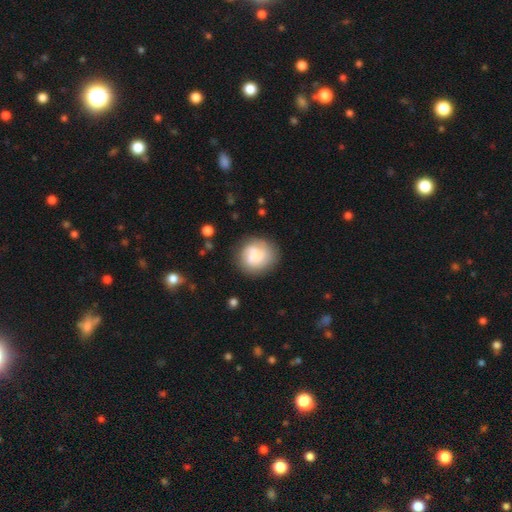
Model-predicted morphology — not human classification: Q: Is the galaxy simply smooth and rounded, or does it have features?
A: smooth — 66%.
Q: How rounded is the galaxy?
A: round — 83%.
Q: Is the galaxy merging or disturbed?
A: none — 70%.